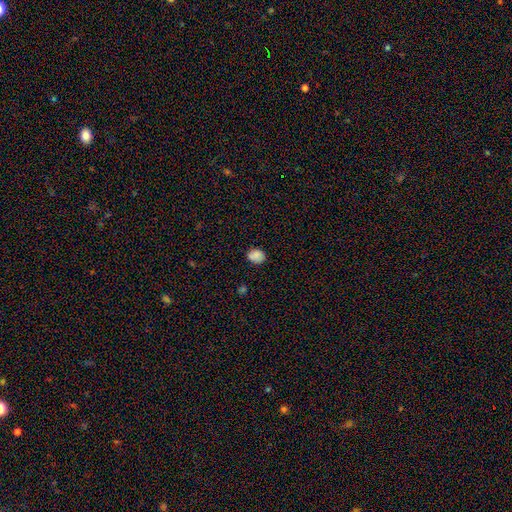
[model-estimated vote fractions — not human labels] Smooth or featured? Predicted: smooth (p=0.85). How rounded? Predicted: in between (p=0.56). Merging? Predicted: none (p=0.81).